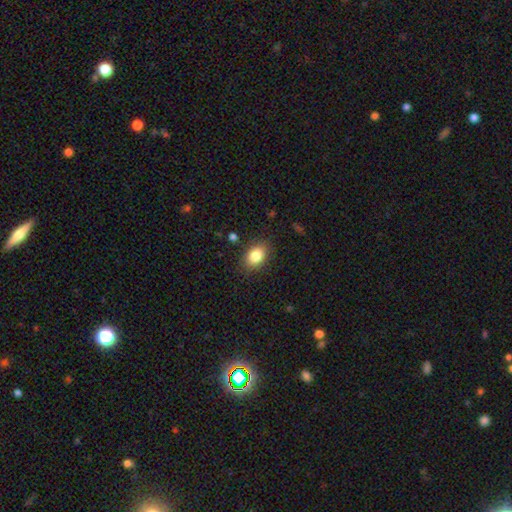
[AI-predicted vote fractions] The model was most divided on "how rounded": in between: 76%, round: 22%, cigar-shaped: 1%. More confident: merging — none (85%); smooth or featured — smooth (84%).